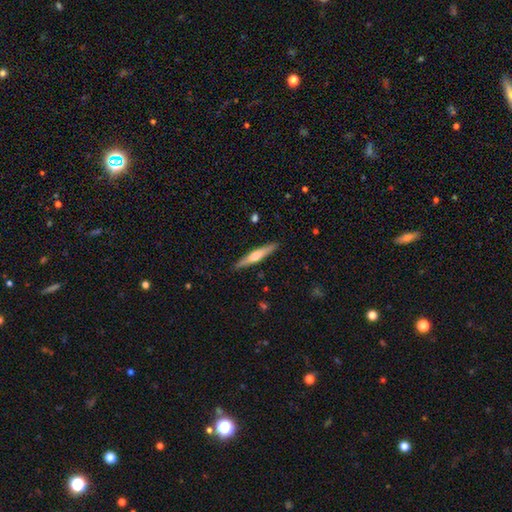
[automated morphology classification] featured or disk 55%, smooth 39%, star or artifact 6%. Down the decision tree: edge-on disk — yes (97%); edge-on bulge — rounded (79%); merging — none (90%).